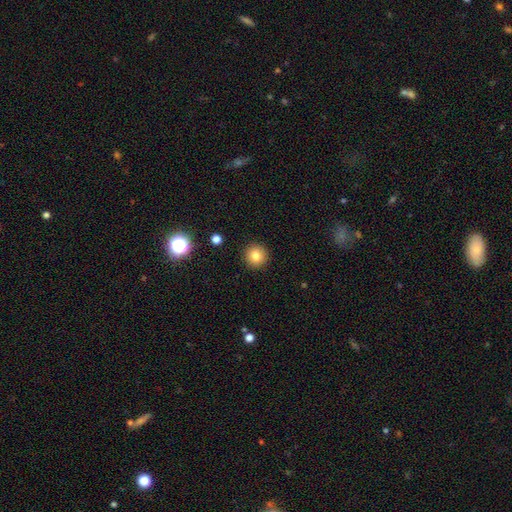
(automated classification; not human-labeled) A smooth galaxy with no disk features (81%) that is round (96%). Merging: none (92%).